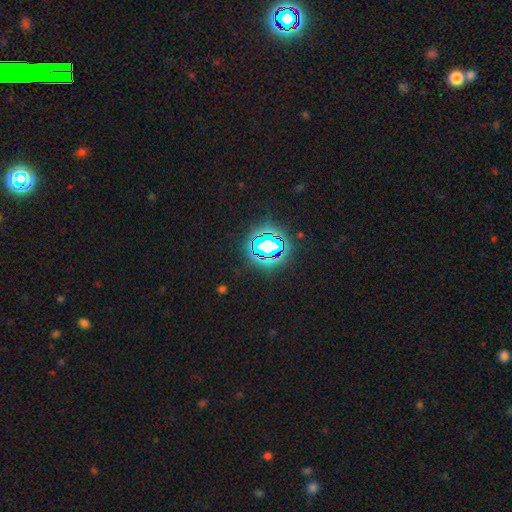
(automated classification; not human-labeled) Smooth or featured? Predicted: star or artifact (p=0.73).